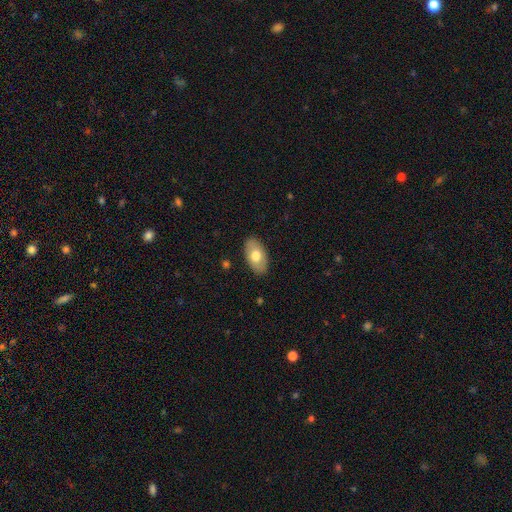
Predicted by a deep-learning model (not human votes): This is likely a smooth galaxy (68%). How rounded: clearly in between (94%). Merging: clearly none (87%).